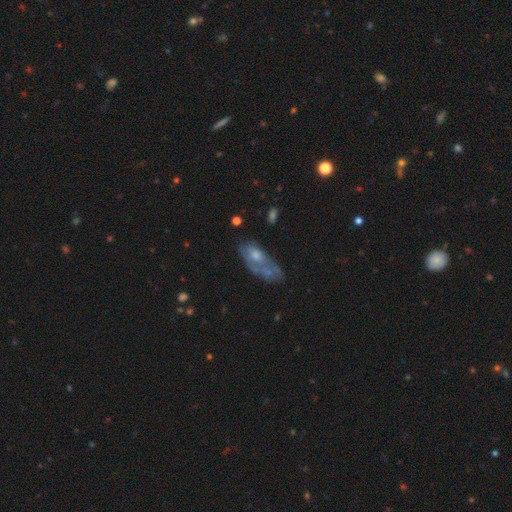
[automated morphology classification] Overall: featured or disk (49%; smooth 39%). Merging: none (39%; minor disturbance 24%).